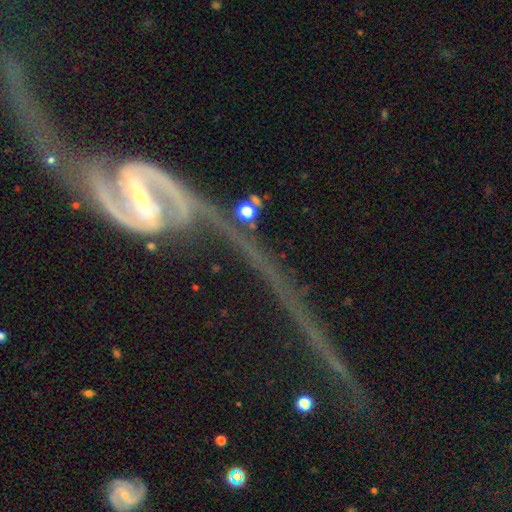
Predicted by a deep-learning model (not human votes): Smooth or featured? featured or disk (90%)
Edge-on disk? no (89%)
Bar? strong (61%)
Spiral arms? yes (94%)
Spiral winding? loose (41%)
Spiral arm count? 2 (90%)
Bulge size? small (66%)
Merging? none (37%)